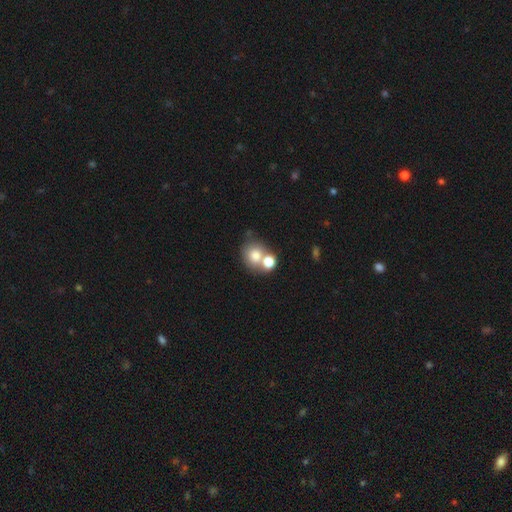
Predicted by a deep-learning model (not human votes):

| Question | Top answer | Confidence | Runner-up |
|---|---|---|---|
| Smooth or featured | smooth | 75% | featured or disk (14%) |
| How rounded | round | 72% | in between (27%) |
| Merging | merger | 47% | none (40%) |